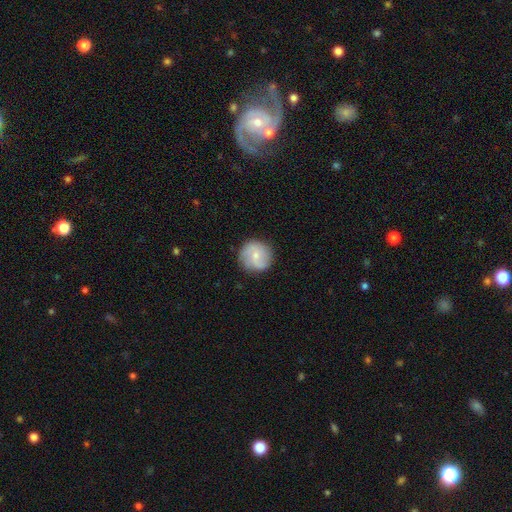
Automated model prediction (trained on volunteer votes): A smooth galaxy with no disk features (50%). Merging: none (83%).